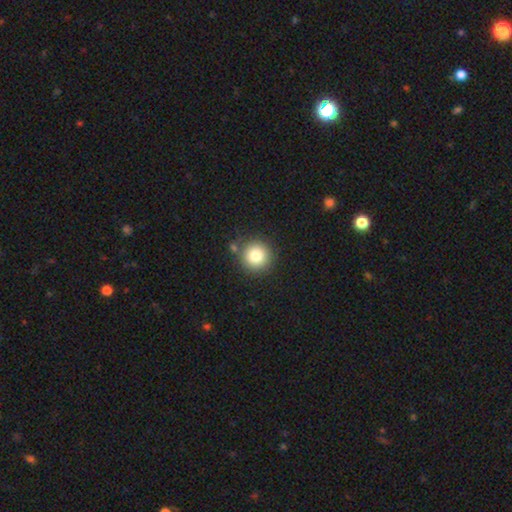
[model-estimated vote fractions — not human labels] smooth 81%, star or artifact 11%, featured or disk 8%. Down the decision tree: how rounded — round (94%); merging — none (82%).